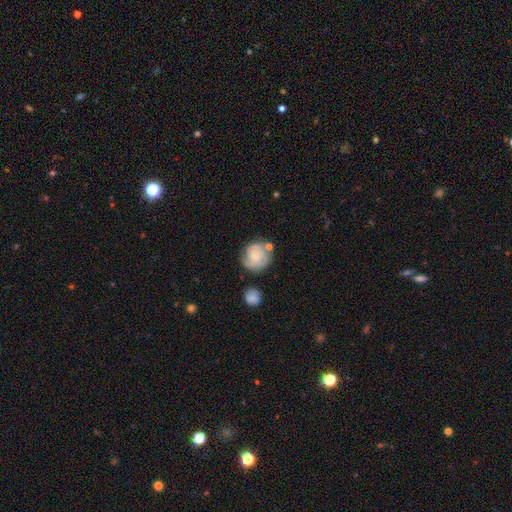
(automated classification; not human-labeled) Smooth or featured? Predicted: smooth (p=0.48). Merging? Predicted: none (p=0.58).